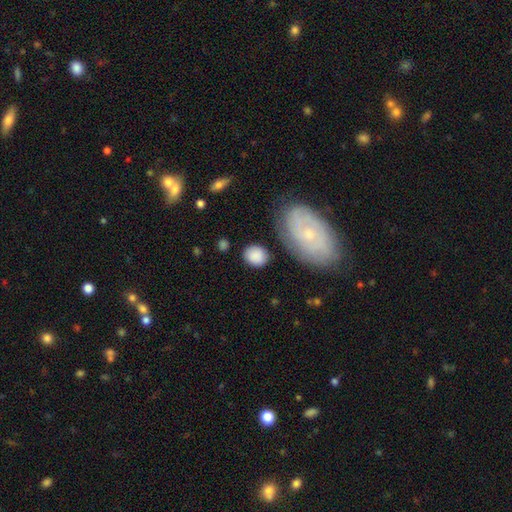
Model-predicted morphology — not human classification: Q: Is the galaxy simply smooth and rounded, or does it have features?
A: smooth — 84%.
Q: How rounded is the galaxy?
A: round — 65%.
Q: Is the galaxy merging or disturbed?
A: none — 75%.